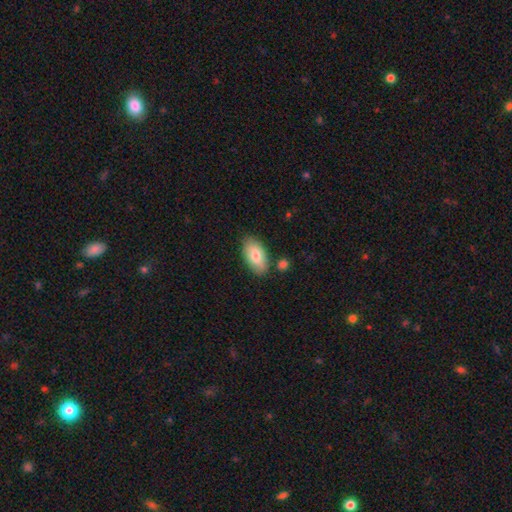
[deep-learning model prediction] A smooth galaxy with no disk features (78%) that is in between round and cigar-shaped (94%).

Vote fractions:
- Smooth or featured? smooth: 78% / featured or disk: 16% / star or artifact: 6%
- How rounded? in between: 94% / cigar-shaped: 3% / round: 3%
- Merging? none: 80% / minor disturbance: 13% / merger: 5% / major disturbance: 3%